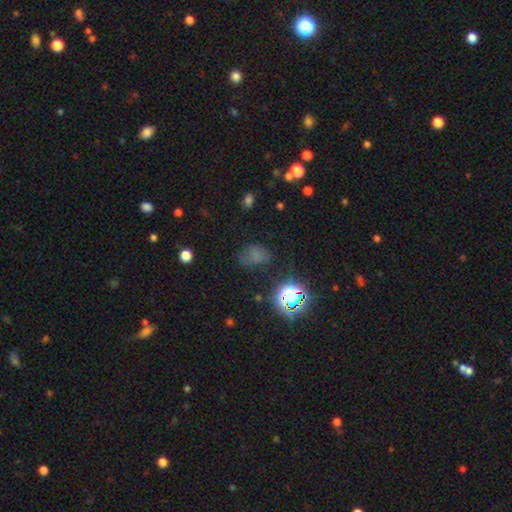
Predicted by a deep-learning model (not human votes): Overall: smooth (57%; star or artifact 32%). How rounded: in between (68%; round 31%). Merging: none (57%; minor disturbance 24%).